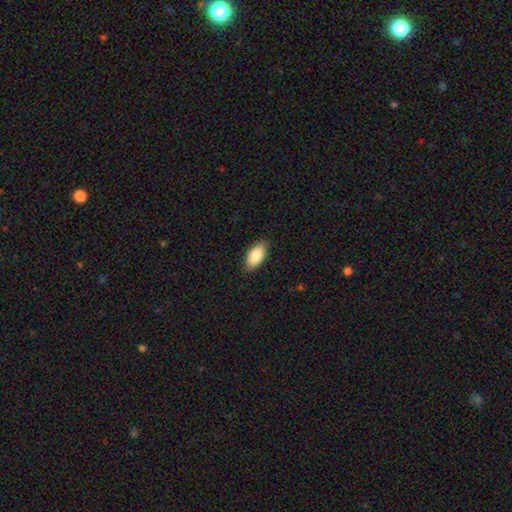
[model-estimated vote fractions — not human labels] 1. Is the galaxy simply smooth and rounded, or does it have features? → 87% smooth, 7% featured or disk, 6% star or artifact.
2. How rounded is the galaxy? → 91% in between, 7% cigar-shaped, 2% round.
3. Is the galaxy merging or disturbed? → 86% none, 11% minor disturbance, 2% major disturbance, 1% merger.